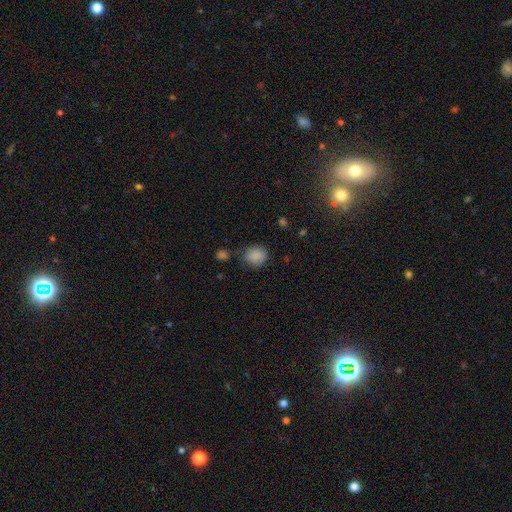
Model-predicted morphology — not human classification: smooth_or_featured: smooth (p=0.85) [alt: star or artifact p=0.10]
how_rounded: round (p=0.81) [alt: in between p=0.18]
merging: none (p=0.70) [alt: minor disturbance p=0.20]